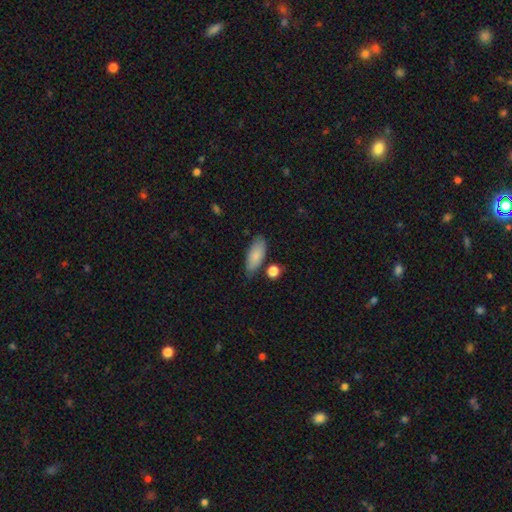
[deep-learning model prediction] A smooth galaxy with no disk features (83%) that is in between round and cigar-shaped (84%). Merging: none (70%).